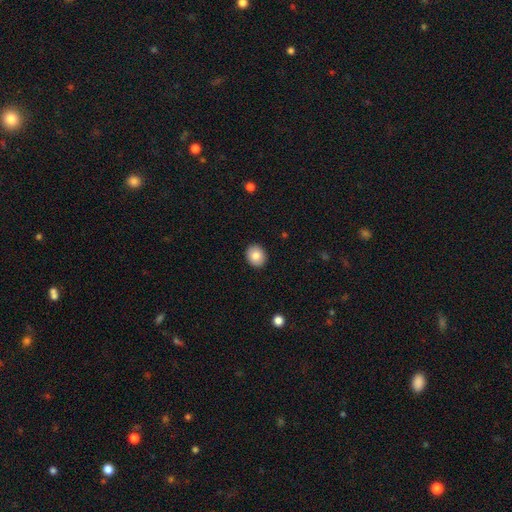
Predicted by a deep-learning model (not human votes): Smooth or featured: smooth — 83% (featured or disk — 9%)
How rounded: round — 66% (in between — 33%)
Merging: none — 91% (minor disturbance — 6%)